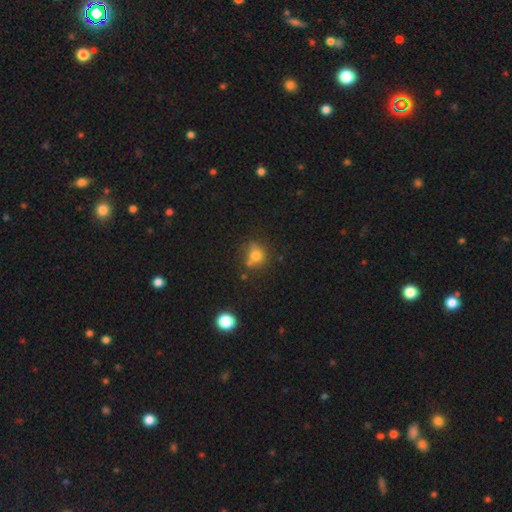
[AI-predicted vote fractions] smooth 71%, star or artifact 15%, featured or disk 14%. Down the decision tree: how rounded — round (76%); merging — none (57%).